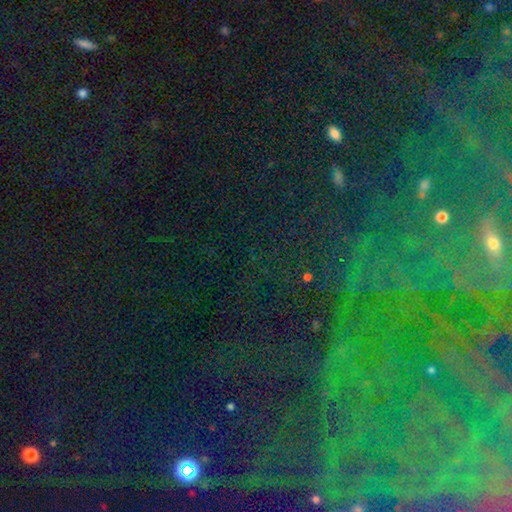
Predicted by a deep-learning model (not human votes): Smooth or featured? Predicted: star or artifact (p=0.67).